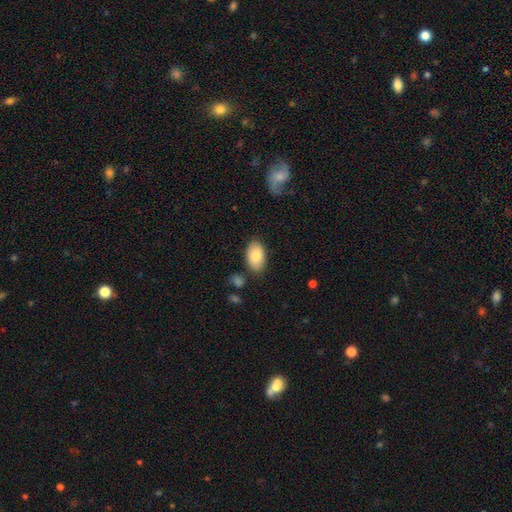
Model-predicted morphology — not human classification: This appears to be a smooth galaxy with no disk features (84%) that is in between round and cigar-shaped (94%). Merging: none (82%).